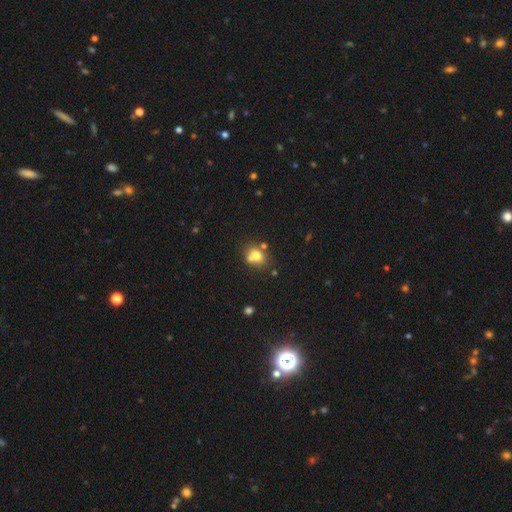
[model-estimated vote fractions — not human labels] smooth 71%, featured or disk 16%, star or artifact 13%. Down the decision tree: how rounded — round (61%); merging — none (45%).